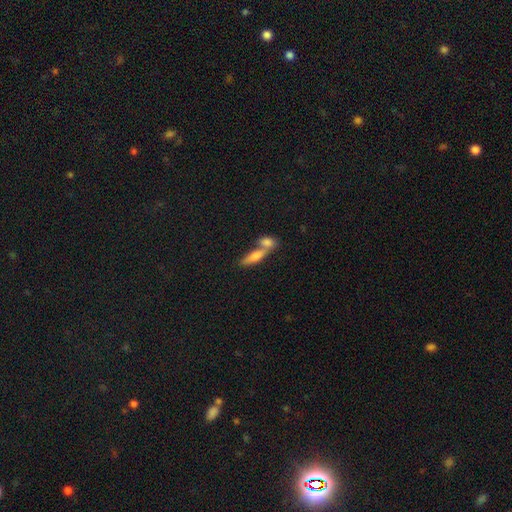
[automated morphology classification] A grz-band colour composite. It shows a smooth galaxy with no disk features (66%) that is cigar-shaped (49%). Merging: merger (57%).